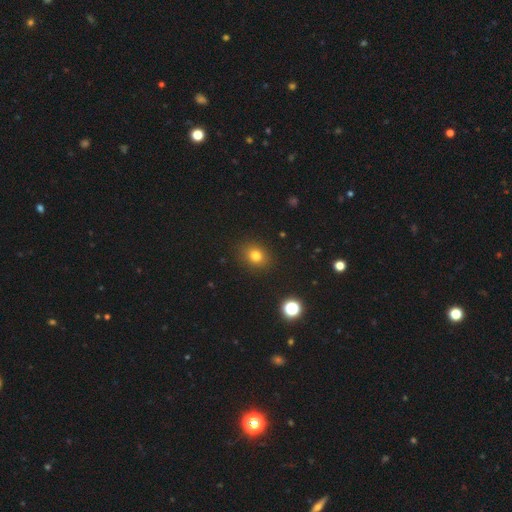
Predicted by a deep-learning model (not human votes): Q: Smooth or featured?
A: smooth (79%); runner-up: star or artifact (15%)
Q: How rounded?
A: round (63%); runner-up: in between (36%)
Q: Merging?
A: none (89%); runner-up: minor disturbance (7%)